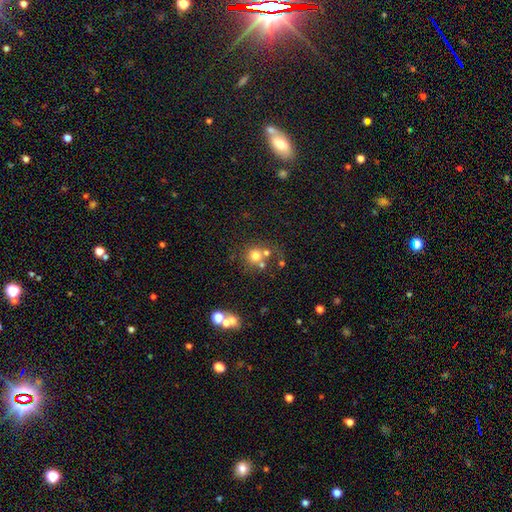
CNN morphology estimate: type=smooth (68%); roundness=round (88%); merging=none (50%).